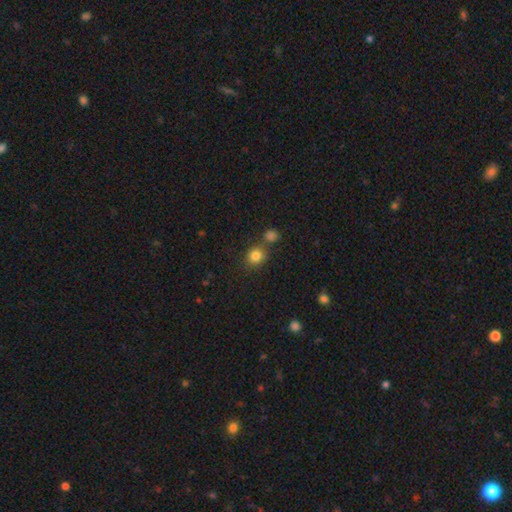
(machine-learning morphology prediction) Overall: smooth (83%). How rounded: round (83%). Merging: none (67%).